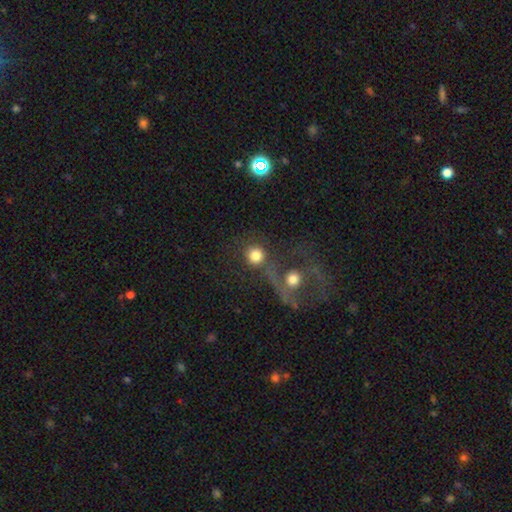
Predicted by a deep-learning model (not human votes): Smooth or featured?
  - smooth: 79% *
  - star or artifact: 11%
  - featured or disk: 10%
How rounded?
  - round: 93% *
  - in between: 6%
  - cigar-shaped: 1%
Merging?
  - none: 61% *
  - merger: 22%
  - minor disturbance: 9%
  - major disturbance: 8%